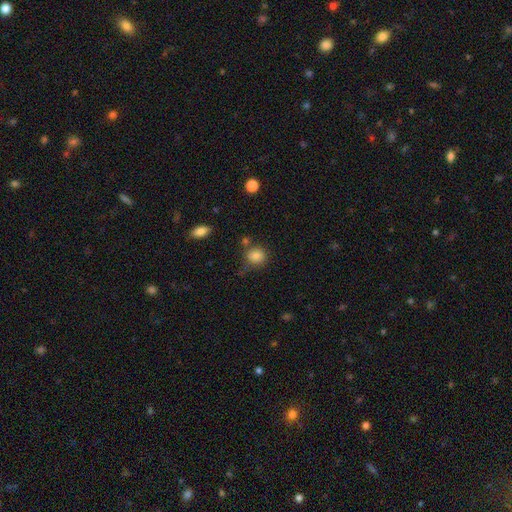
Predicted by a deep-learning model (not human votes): Q: Smooth or featured?
A: smooth (84%); runner-up: star or artifact (10%)
Q: How rounded?
A: round (77%); runner-up: in between (22%)
Q: Merging?
A: none (68%); runner-up: minor disturbance (18%)